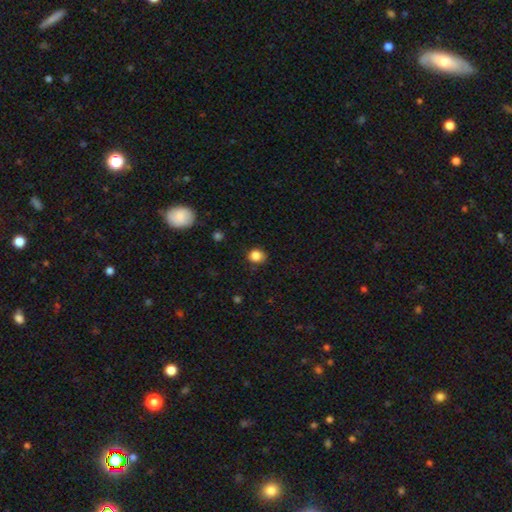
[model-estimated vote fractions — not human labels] This appears to be a smooth galaxy with no disk features (85%) that is round (78%). Merging: none (78%).